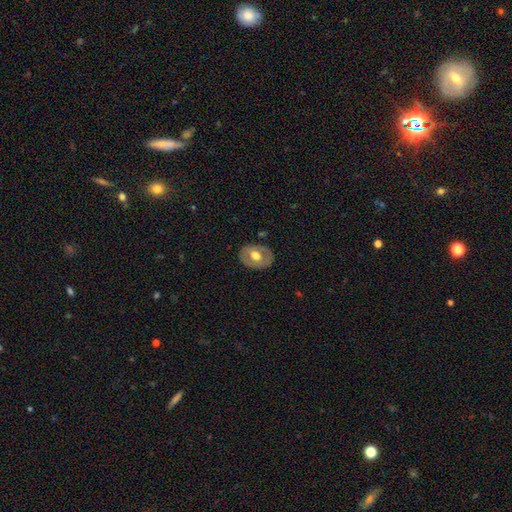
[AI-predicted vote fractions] Smooth or featured? featured or disk (51%)
Edge-on disk? no (92%)
Merging? none (82%)